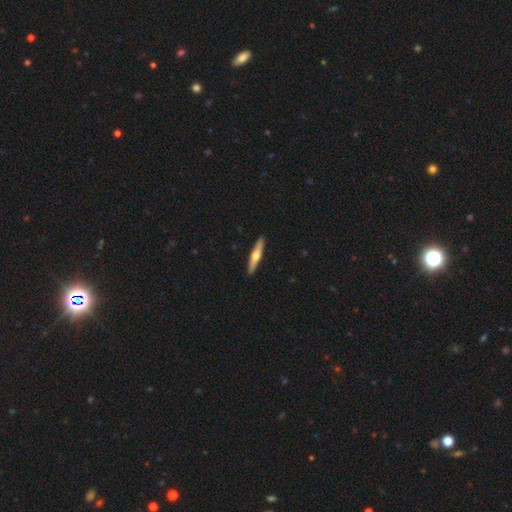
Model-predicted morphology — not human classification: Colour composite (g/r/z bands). It shows a featured or disk galaxy (54%) viewed edge-on (95%) with a rounded central bulge (92%). Merging: none (92%).